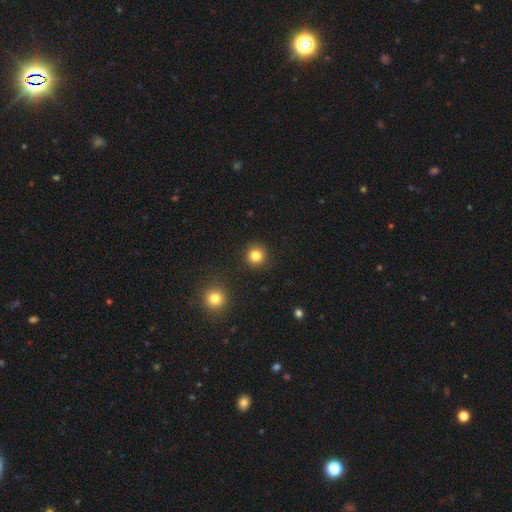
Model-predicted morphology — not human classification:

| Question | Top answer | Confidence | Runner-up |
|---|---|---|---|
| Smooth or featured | smooth | 83% | star or artifact (12%) |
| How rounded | round | 94% | in between (5%) |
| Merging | none | 91% | minor disturbance (5%) |